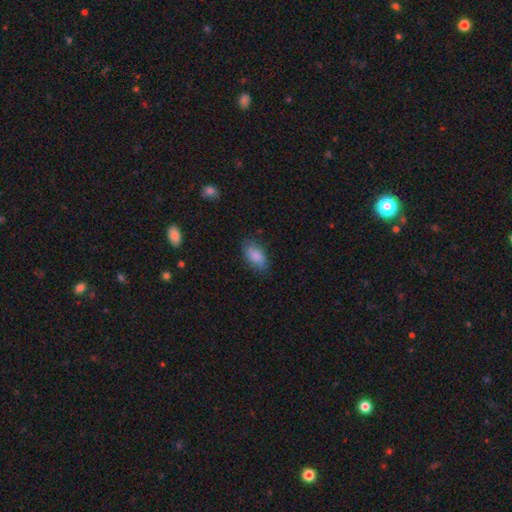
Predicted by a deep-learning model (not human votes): Smooth or featured? Predicted: smooth (p=0.82). How rounded? Predicted: in between (p=0.92). Merging? Predicted: none (p=0.75).